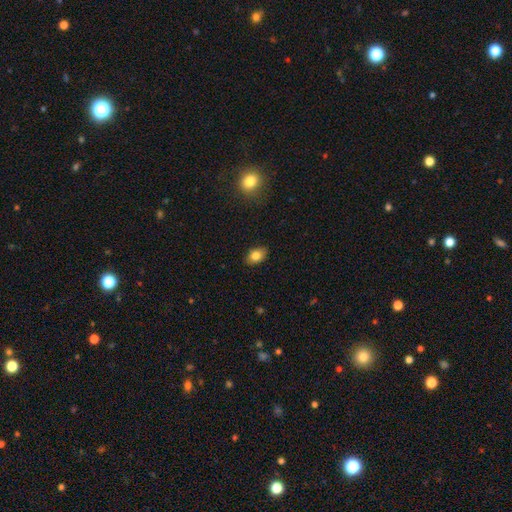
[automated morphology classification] This is clearly a smooth galaxy (81%). How rounded: clearly in between (84%). Merging: clearly none (86%).